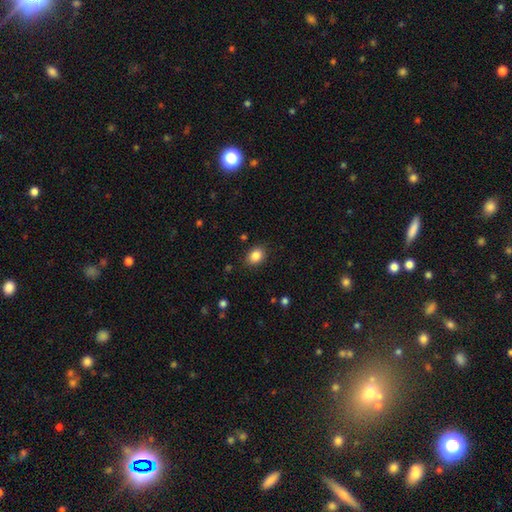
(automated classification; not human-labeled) Smooth or featured? Predicted: smooth (p=0.86). How rounded? Predicted: in between (p=0.65). Merging? Predicted: none (p=0.86).